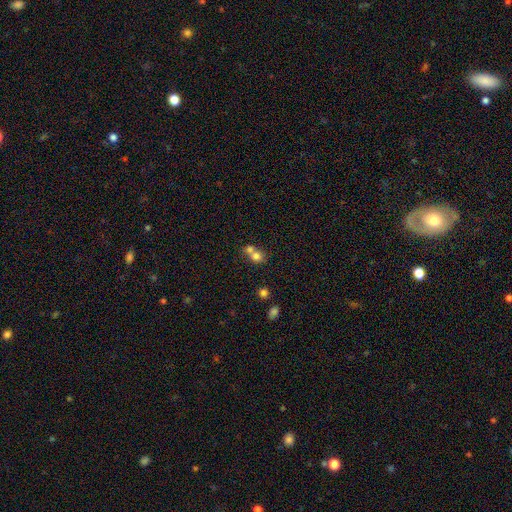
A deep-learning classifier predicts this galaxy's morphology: Smooth or featured: smooth — 76% (featured or disk — 12%)
How rounded: round — 73% (in between — 26%)
Merging: merger — 60% (none — 32%)